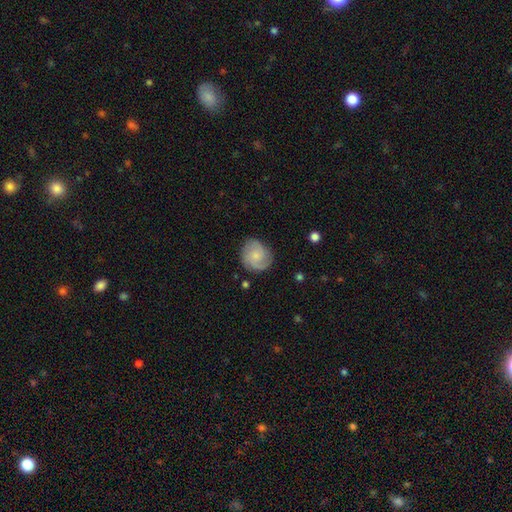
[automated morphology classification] A featured or disk galaxy (59%) with no bar (71%), 2 (42%) tight (43%) spiral arms (92%) and a small central bulge (54%). Merging: none (78%).